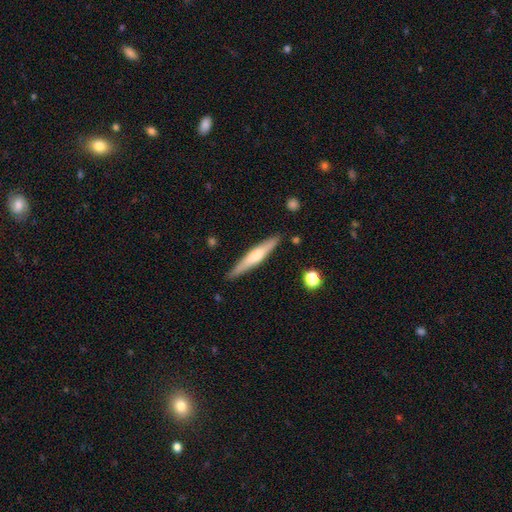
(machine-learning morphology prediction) Q: Smooth or featured?
A: featured or disk (49%); runner-up: smooth (45%)
Q: Merging?
A: none (88%); runner-up: minor disturbance (9%)